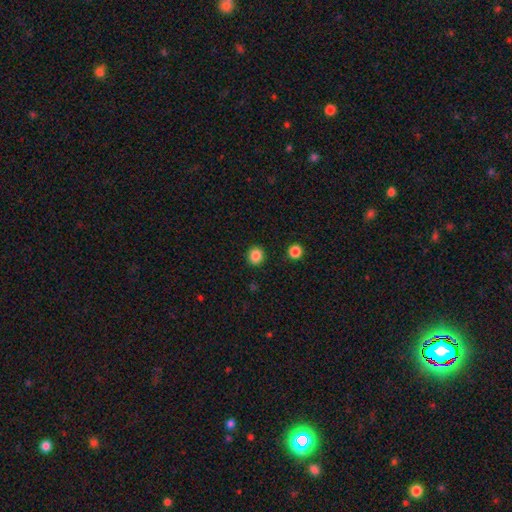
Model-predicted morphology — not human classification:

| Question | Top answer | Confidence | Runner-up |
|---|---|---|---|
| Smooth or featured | smooth | 86% | star or artifact (10%) |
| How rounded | round | 85% | in between (14%) |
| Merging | none | 91% | minor disturbance (5%) |